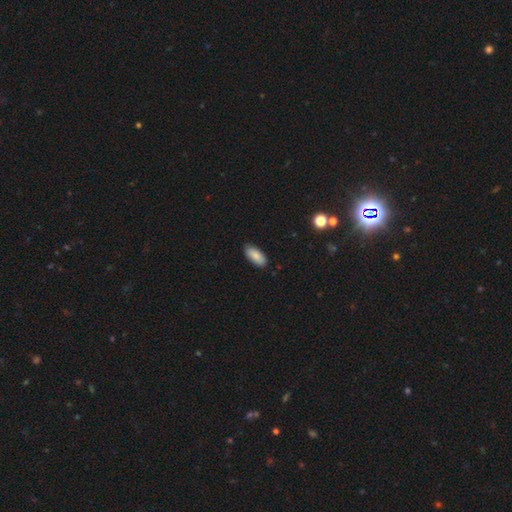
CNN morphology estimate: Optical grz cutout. It shows a smooth galaxy with no disk features (86%) that is in between round and cigar-shaped (88%). Merging: none (87%).